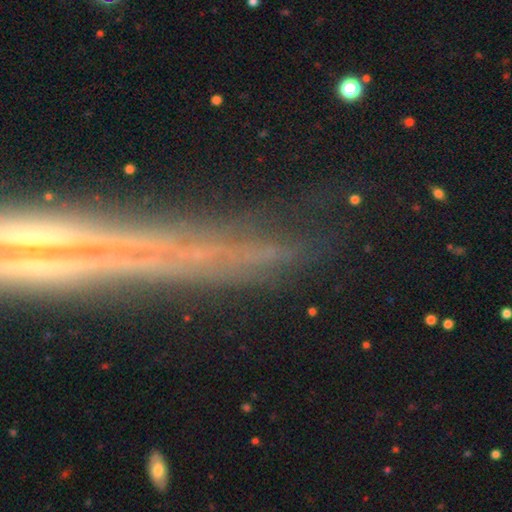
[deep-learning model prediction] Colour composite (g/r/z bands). It shows a featured or disk galaxy (41%). Merging: none (81%).